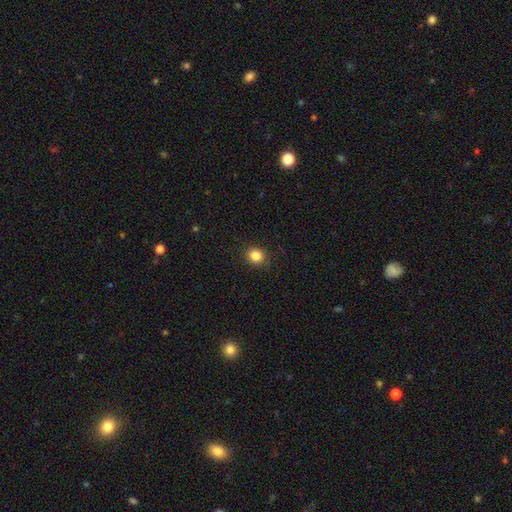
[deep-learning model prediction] This appears to be a smooth galaxy with no disk features (85%) that is round (81%). Merging: none (90%).